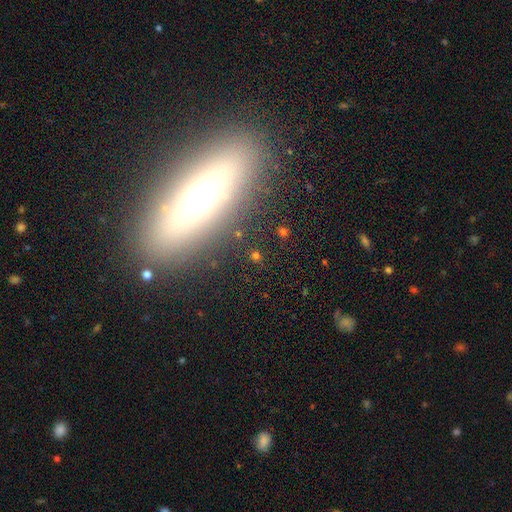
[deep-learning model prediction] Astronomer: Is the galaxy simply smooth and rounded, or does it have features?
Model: smooth — 39% (runner-up: star or artifact, 32%).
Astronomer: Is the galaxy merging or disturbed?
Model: none — 86%.